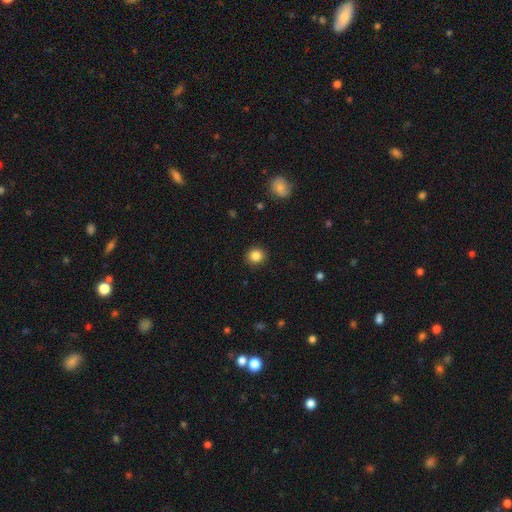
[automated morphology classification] The model was most divided on "smooth or featured": smooth: 85%, star or artifact: 10%, featured or disk: 5%. More confident: merging — none (91%); how rounded — round (87%).